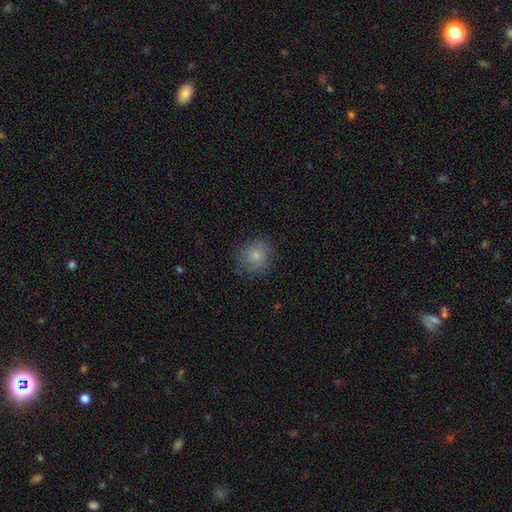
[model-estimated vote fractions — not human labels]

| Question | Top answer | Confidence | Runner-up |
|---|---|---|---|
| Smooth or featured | smooth | 81% | star or artifact (10%) |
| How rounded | round | 85% | in between (14%) |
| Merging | none | 79% | minor disturbance (15%) |